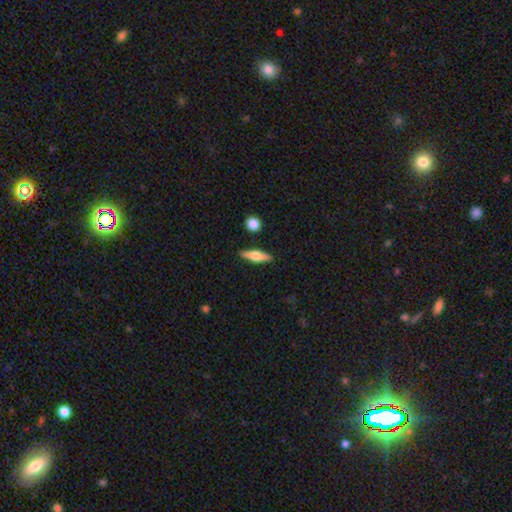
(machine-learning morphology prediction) Q: Smooth or featured?
A: smooth (48%); runner-up: featured or disk (46%)
Q: Merging?
A: none (87%); runner-up: minor disturbance (8%)